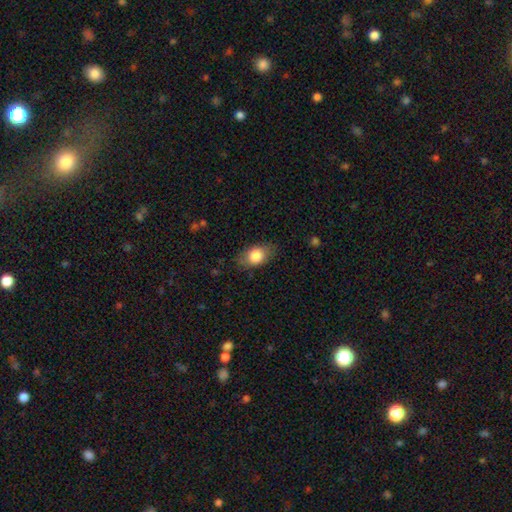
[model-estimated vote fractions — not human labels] Morphology: type=smooth (80%); roundness=in between (85%); merging=none (79%).